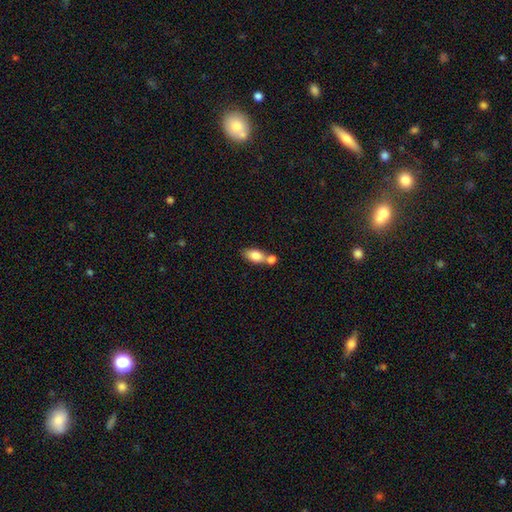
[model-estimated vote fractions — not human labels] Smooth or featured? Predicted: smooth (p=0.79). How rounded? Predicted: in between (p=0.86). Merging? Predicted: merger (p=0.55).